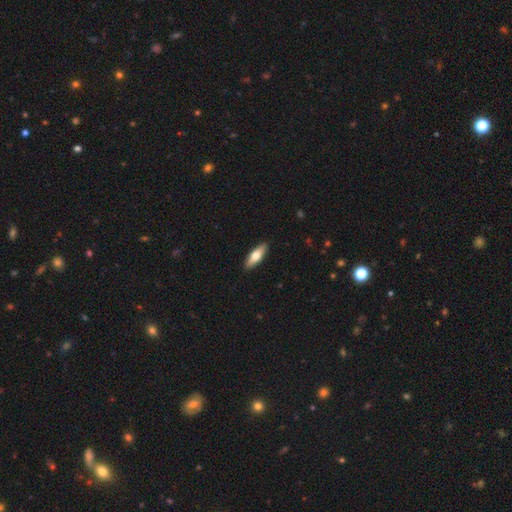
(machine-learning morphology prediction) Smooth or featured?
  - smooth: 65% *
  - featured or disk: 30%
  - star or artifact: 5%
How rounded?
  - in between: 52% *
  - cigar-shaped: 46%
  - round: 2%
Merging?
  - none: 91% *
  - minor disturbance: 7%
  - major disturbance: 1%
  - merger: 1%